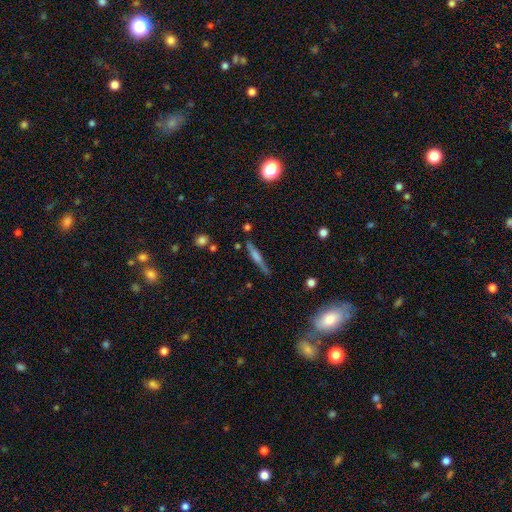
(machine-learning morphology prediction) smooth-or-featured: featured or disk: 58% | smooth: 33% | star or artifact: 9%
  disk-edge-on: yes: 96% | no: 4%
    edge-on-bulge: rounded: 59% | boxy: 22% | none: 18%
  merging: none: 81% | minor disturbance: 12% | major disturbance: 3% | merger: 3%